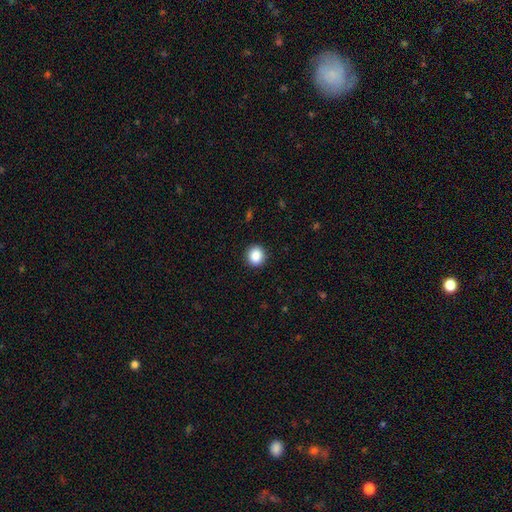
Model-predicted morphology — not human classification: type=smooth (88%); roundness=round (84%); merging=none (91%).